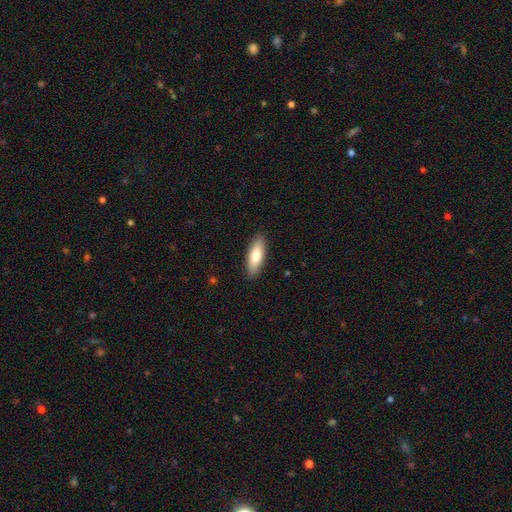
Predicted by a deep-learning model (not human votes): Overall: smooth (76%). How rounded: in between (63%; cigar-shaped 35%). Merging: none (89%).